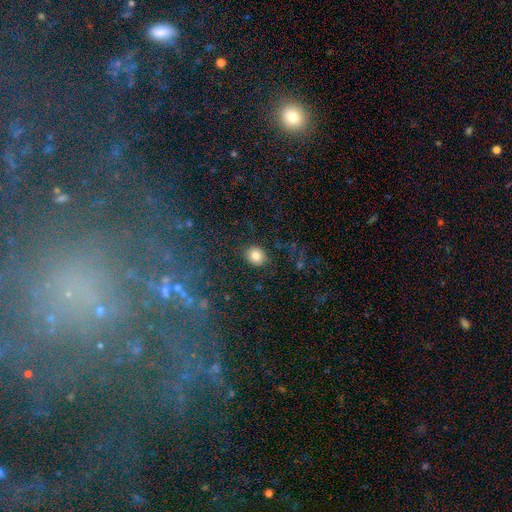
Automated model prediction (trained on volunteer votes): This is clearly a smooth galaxy (81%). How rounded: likely round (64%). Merging: clearly none (85%).